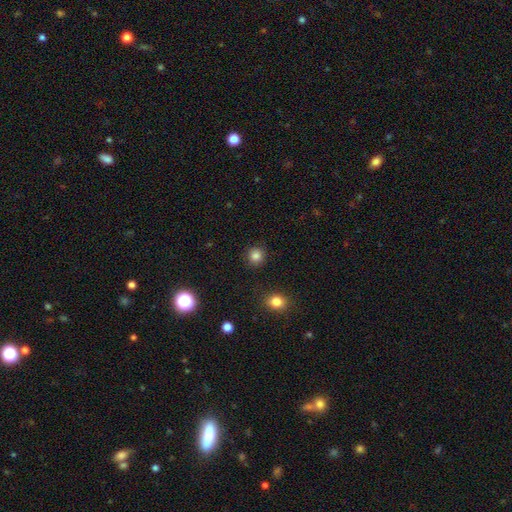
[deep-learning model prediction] A smooth galaxy with no disk features (84%) that is round (91%).

Vote fractions:
- Smooth or featured? smooth: 84% / star or artifact: 12% / featured or disk: 4%
- How rounded? round: 91% / in between: 8% / cigar-shaped: 1%
- Merging? none: 90% / minor disturbance: 6% / major disturbance: 2% / merger: 2%